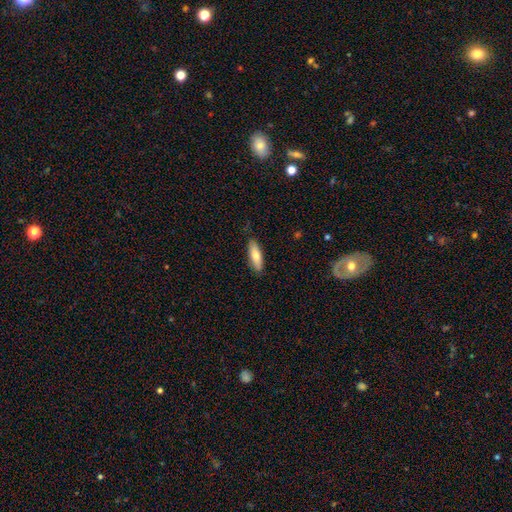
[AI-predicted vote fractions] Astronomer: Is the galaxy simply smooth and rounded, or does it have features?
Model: smooth — 77%.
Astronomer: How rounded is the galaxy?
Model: in between — 51% (runner-up: cigar-shaped, 48%).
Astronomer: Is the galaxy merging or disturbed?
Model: none — 85%.